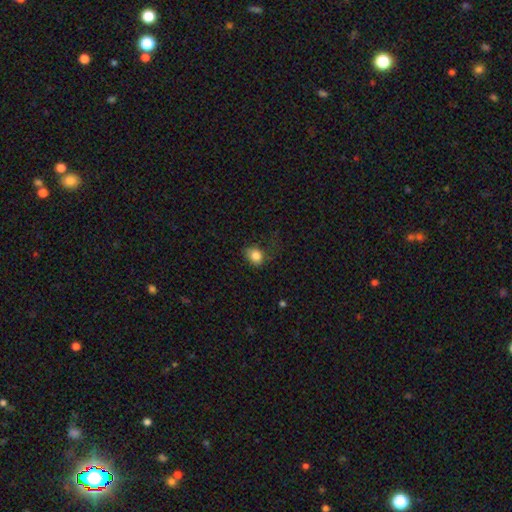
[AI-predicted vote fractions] Smooth or featured? Predicted: smooth (p=0.83). How rounded? Predicted: round (p=0.53). Merging? Predicted: none (p=0.53).